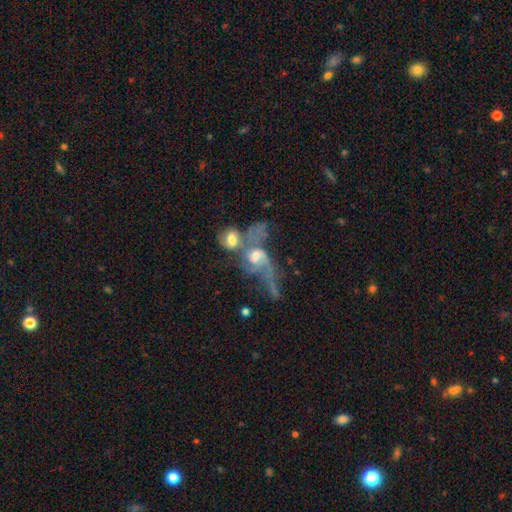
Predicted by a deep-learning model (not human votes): The model was most divided on "bar": no: 55%, weak: 35%, strong: 11%. More confident: edge-on disk — no (95%); spiral arms — yes (77%); smooth or featured — featured or disk (68%); merging — merger (66%); bulge size — moderate (58%).